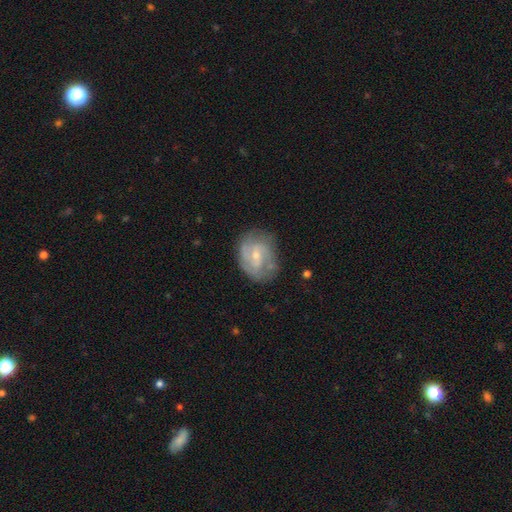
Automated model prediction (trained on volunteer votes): Smooth or featured?
  - featured or disk: 74% *
  - smooth: 19%
  - star or artifact: 6%
Edge-on disk?
  - no: 97% *
  - yes: 3%
Bar?
  - weak: 48% *
  - no: 42%
  - strong: 10%
Spiral arms?
  - yes: 88% *
  - no: 12%
Spiral winding?
  - medium: 47% *
  - tight: 33%
  - loose: 20%
Spiral arm count?
  - 2: 54% *
  - can't tell: 23%
  - 3: 14%
  - 1: 4%
  - 4: 3%
  - more than 4: 3%
Bulge size?
  - small: 63% *
  - moderate: 33%
  - none: 3%
  - large: 1%
  - dominant: 1%
Merging?
  - none: 67% *
  - minor disturbance: 22%
  - major disturbance: 8%
  - merger: 2%